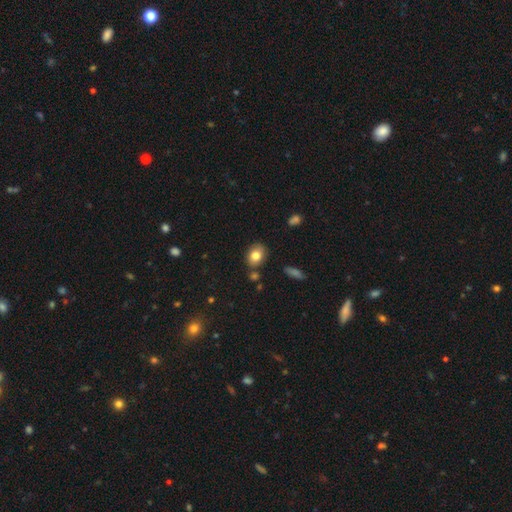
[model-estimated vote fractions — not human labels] Smooth or featured: smooth — 80% (featured or disk — 11%)
How rounded: in between — 59% (round — 40%)
Merging: none — 79% (minor disturbance — 13%)